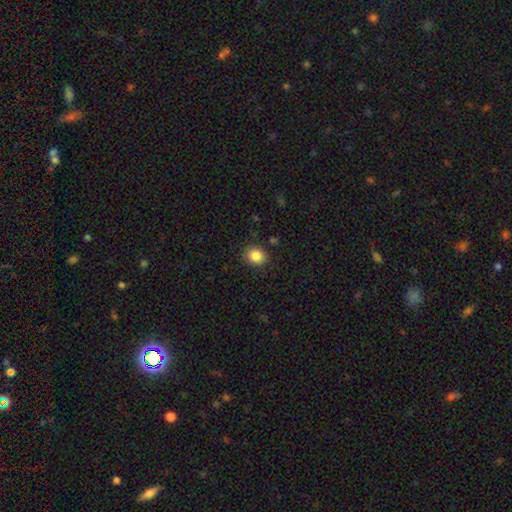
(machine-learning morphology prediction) This appears to be a smooth galaxy with no disk features (86%) that is round (73%). Merging: none (88%).